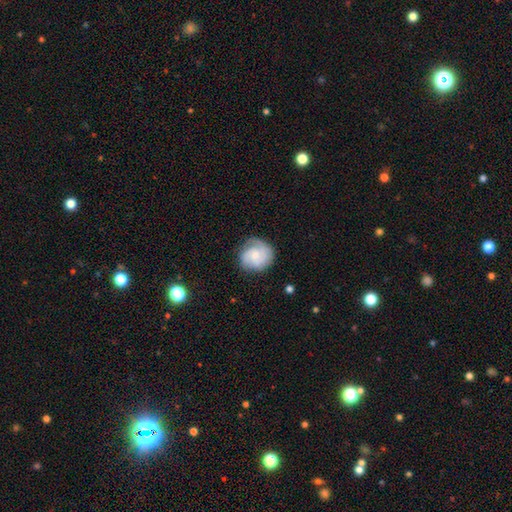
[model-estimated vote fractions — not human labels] The model was most divided on "smooth or featured": featured or disk: 51%, smooth: 42%, star or artifact: 7%. More confident: edge-on disk — no (98%); merging — none (69%).